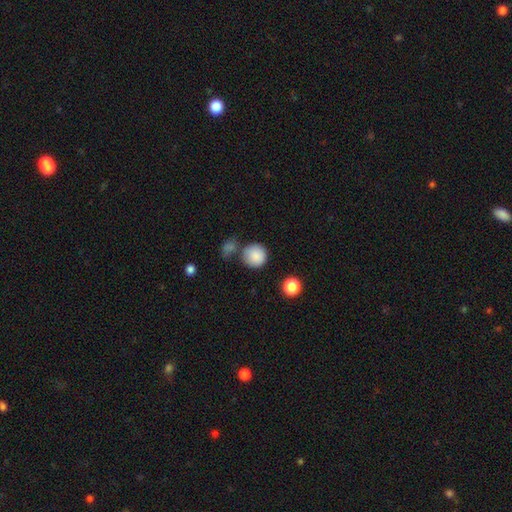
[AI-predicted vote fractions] smooth_or_featured: smooth (p=0.87) [alt: star or artifact p=0.08]
how_rounded: round (p=0.92) [alt: in between p=0.07]
merging: none (p=0.66) [alt: merger p=0.16]